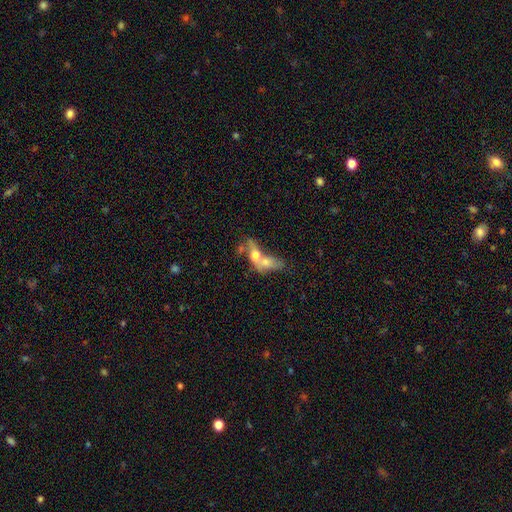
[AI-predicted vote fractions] Smooth or featured: smooth — 54% (featured or disk — 36%)
How rounded: in between — 69% (round — 16%)
Merging: merger — 76% (none — 11%)